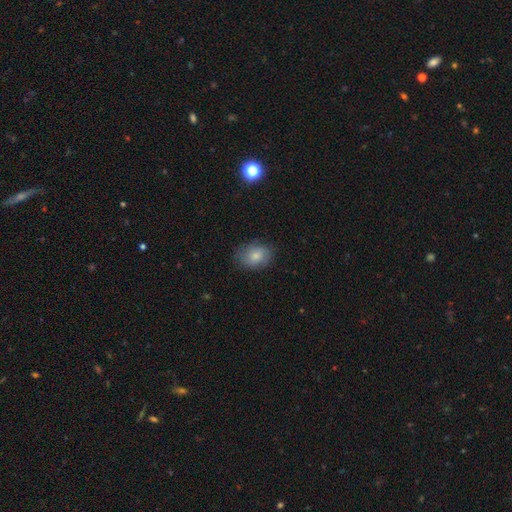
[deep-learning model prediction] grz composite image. It shows a smooth galaxy with no disk features (75%) that is in between round and cigar-shaped (66%). Merging: none (74%).